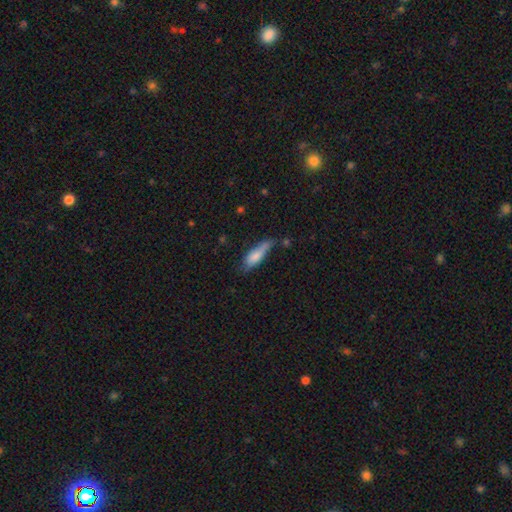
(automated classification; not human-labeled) Overall: smooth (77%). How rounded: in between (51%; cigar-shaped 47%). Merging: none (46%; minor disturbance 36%).